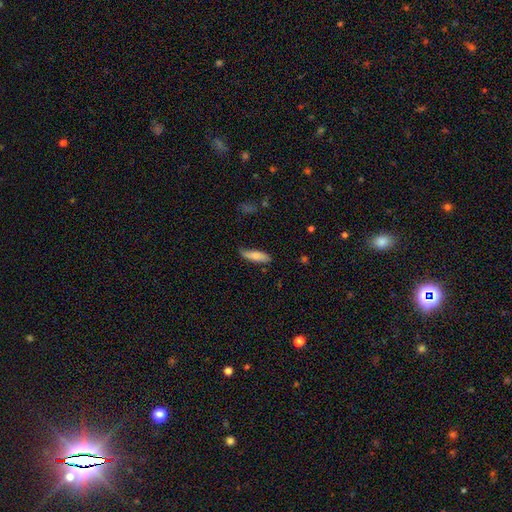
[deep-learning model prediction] The model was most divided on "how rounded": cigar-shaped: 54%, in between: 44%, round: 2%. More confident: smooth or featured — smooth (80%); merging — none (70%).